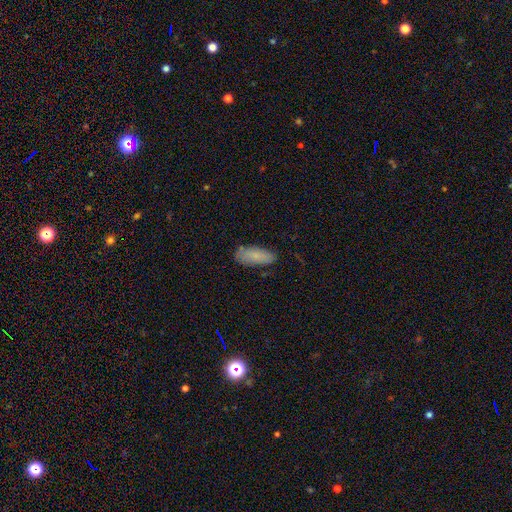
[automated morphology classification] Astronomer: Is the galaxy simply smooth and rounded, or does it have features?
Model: smooth — 81%.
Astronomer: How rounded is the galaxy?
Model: in between — 77%.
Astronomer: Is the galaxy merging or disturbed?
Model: none — 77%.